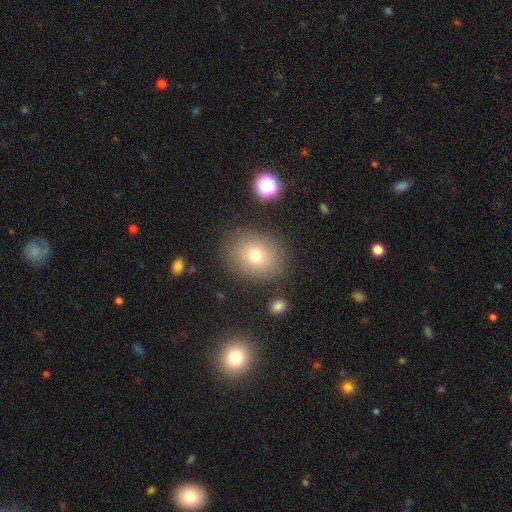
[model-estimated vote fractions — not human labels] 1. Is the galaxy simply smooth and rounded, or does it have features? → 72% smooth, 14% featured or disk, 14% star or artifact.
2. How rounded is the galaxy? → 55% round, 44% in between, 1% cigar-shaped.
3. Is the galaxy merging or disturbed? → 84% none, 9% minor disturbance, 4% major disturbance, 2% merger.